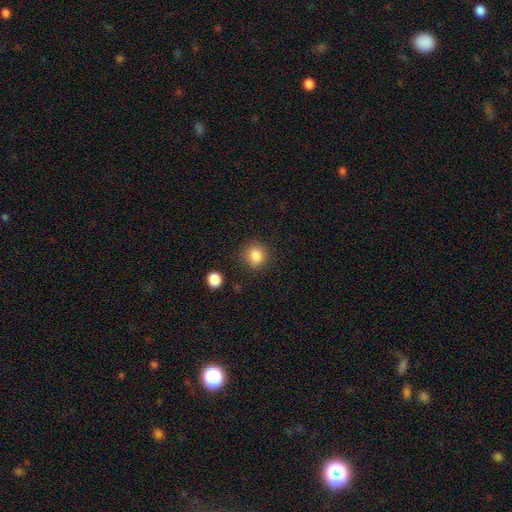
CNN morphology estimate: Overall: smooth (85%). How rounded: round (84%). Merging: none (84%).